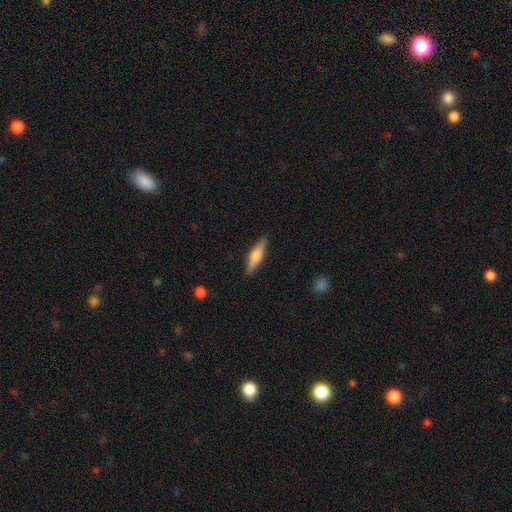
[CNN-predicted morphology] smooth-or-featured: featured or disk: 48% | smooth: 46% | star or artifact: 6%
  merging: none: 89% | minor disturbance: 8% | major disturbance: 2% | merger: 1%